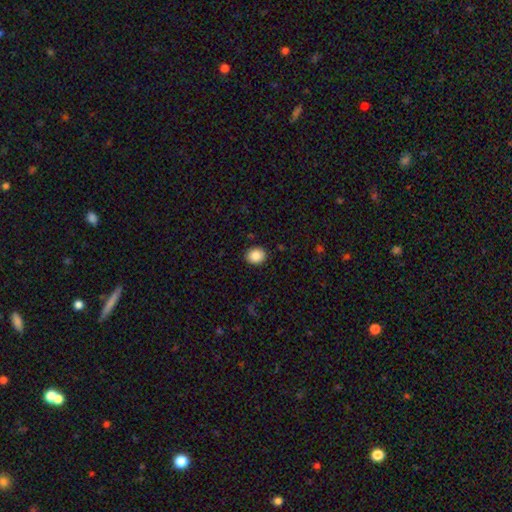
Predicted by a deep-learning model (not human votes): A smooth galaxy with no disk features (85%) that is round (65%). Merging: none (91%).